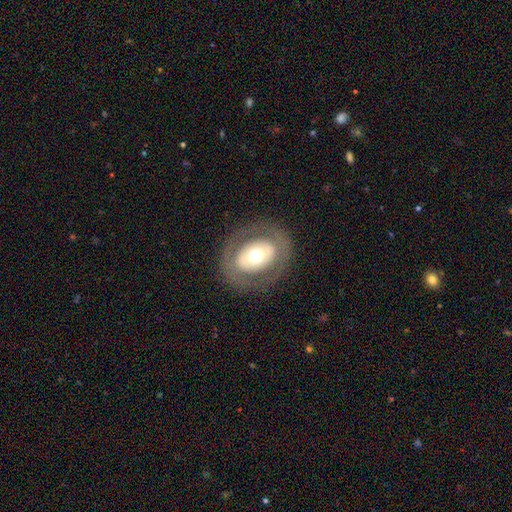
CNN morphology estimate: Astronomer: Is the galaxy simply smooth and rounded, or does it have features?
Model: featured or disk — 47% (runner-up: smooth, 46%).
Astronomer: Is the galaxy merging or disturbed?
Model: none — 82%.